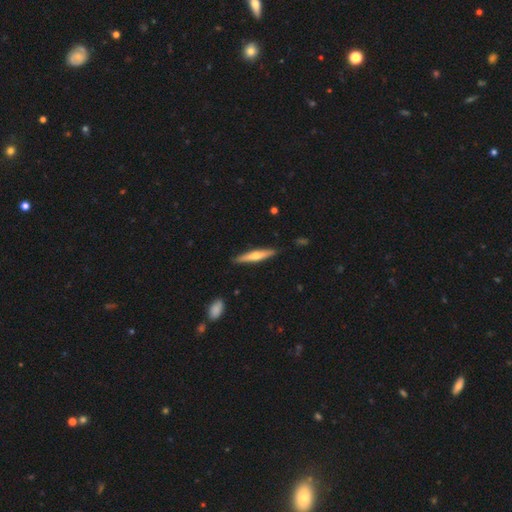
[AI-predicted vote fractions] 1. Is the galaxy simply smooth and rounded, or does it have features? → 51% featured or disk, 44% smooth, 5% star or artifact.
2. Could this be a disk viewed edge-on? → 95% yes, 5% no.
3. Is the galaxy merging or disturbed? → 89% none, 8% minor disturbance, 1% major disturbance, 1% merger.